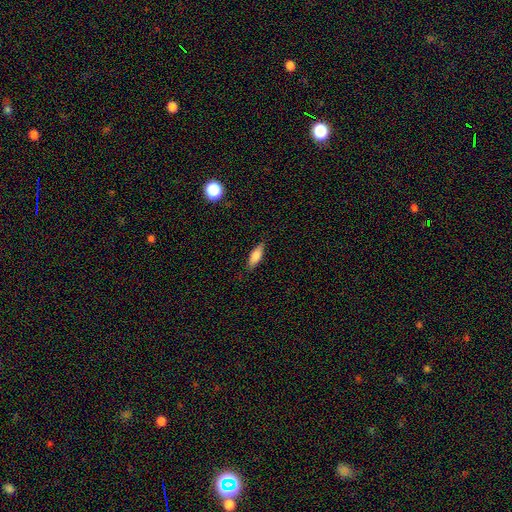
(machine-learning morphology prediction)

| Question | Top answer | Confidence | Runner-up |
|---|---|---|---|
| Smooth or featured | smooth | 76% | featured or disk (17%) |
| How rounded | in between | 58% | cigar-shaped (40%) |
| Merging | none | 84% | minor disturbance (12%) |